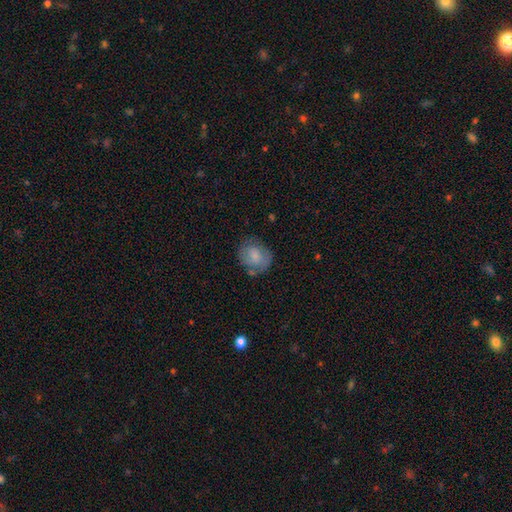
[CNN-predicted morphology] This appears to be a smooth galaxy with no disk features (68%) that is round (65%). Merging: none (63%).